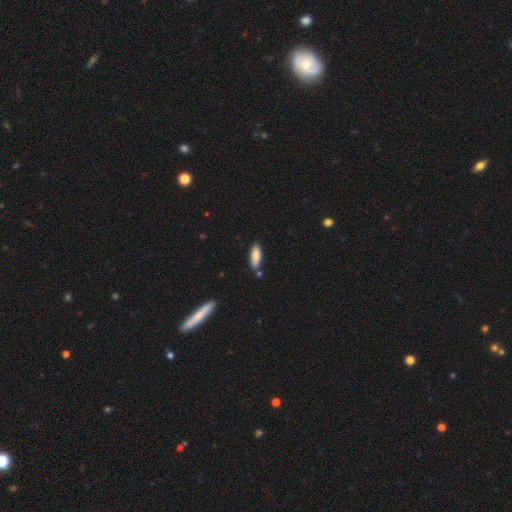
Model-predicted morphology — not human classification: Smooth or featured? Predicted: smooth (p=0.81). How rounded? Predicted: in between (p=0.54). Merging? Predicted: none (p=0.78).